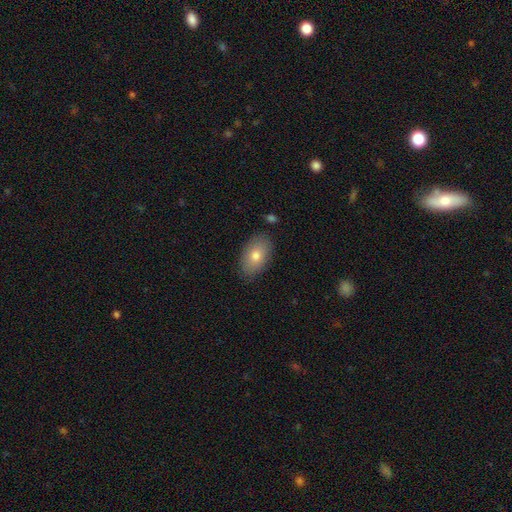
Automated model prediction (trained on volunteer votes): Morphology: type=smooth (77%); roundness=in between (91%); merging=none (84%).